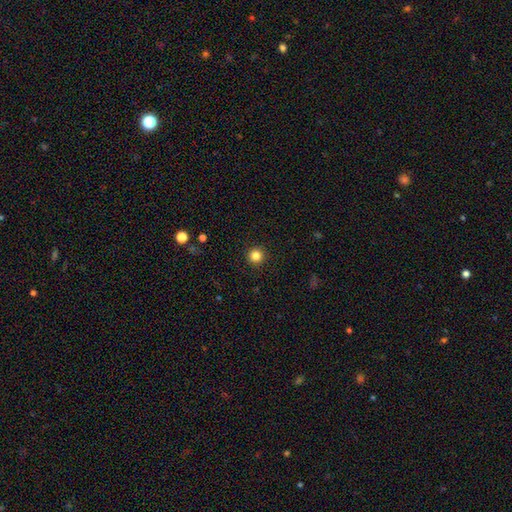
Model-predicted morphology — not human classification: A smooth galaxy with no disk features (84%) that is round (96%).

Vote fractions:
- Smooth or featured? smooth: 84% / star or artifact: 12% / featured or disk: 4%
- How rounded? round: 96% / in between: 3% / cigar-shaped: 1%
- Merging? none: 93% / minor disturbance: 4% / major disturbance: 2% / merger: 1%